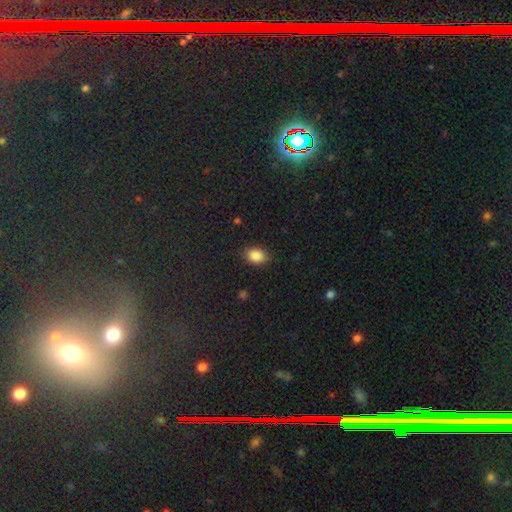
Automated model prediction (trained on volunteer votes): This is clearly a smooth galaxy (86%). How rounded: likely in between (68%). Merging: clearly none (86%).